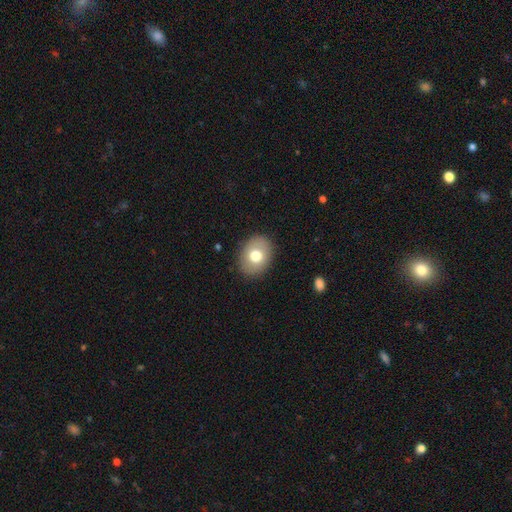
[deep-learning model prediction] Smooth or featured? Predicted: smooth (p=0.74). How rounded? Predicted: in between (p=0.62). Merging? Predicted: none (p=0.87).